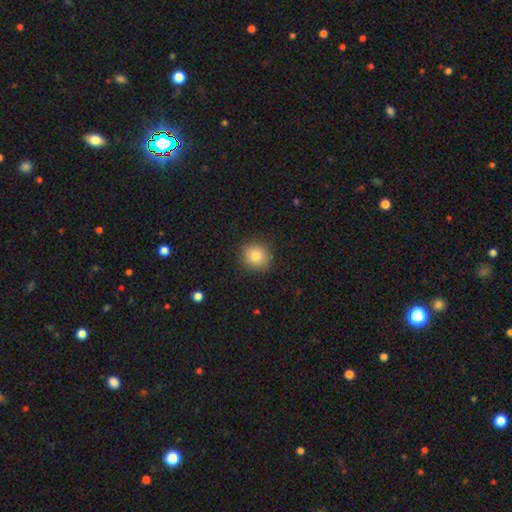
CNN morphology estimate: This is clearly a smooth galaxy (83%). How rounded: clearly round (87%). Merging: clearly none (90%).